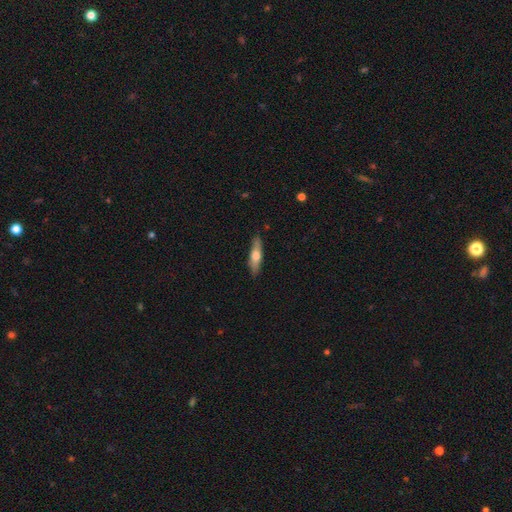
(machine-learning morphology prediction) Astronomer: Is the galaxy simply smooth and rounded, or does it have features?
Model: smooth — 53% (runner-up: featured or disk, 42%).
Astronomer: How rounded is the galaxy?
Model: cigar-shaped — 70%.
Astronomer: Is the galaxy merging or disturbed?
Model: none — 88%.